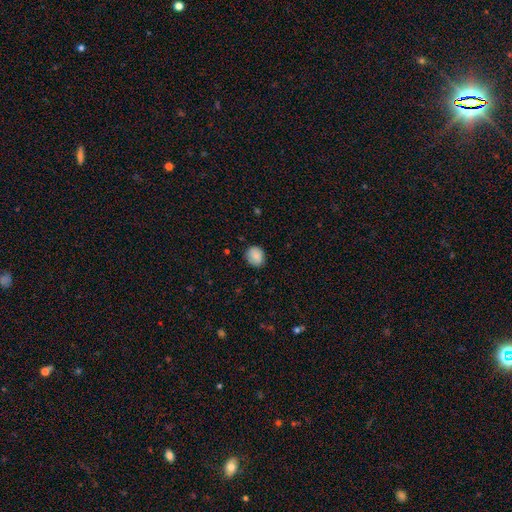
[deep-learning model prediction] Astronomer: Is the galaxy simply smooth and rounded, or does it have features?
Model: smooth — 86%.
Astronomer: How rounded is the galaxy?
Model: round — 70%.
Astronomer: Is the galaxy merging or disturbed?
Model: none — 80%.